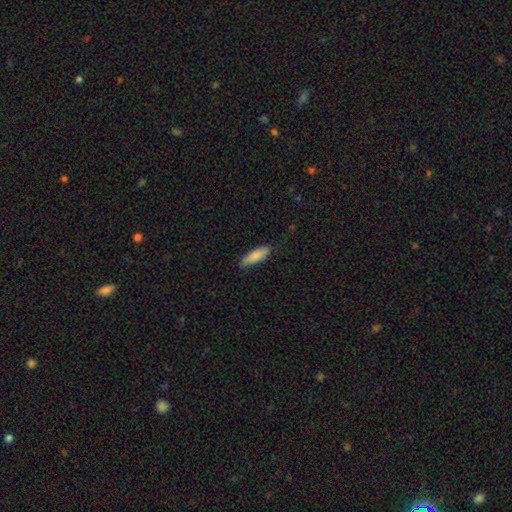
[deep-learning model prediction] This is clearly a smooth galaxy (85%). How rounded: possibly cigar-shaped (49%, tied with in between). Merging: clearly none (84%).